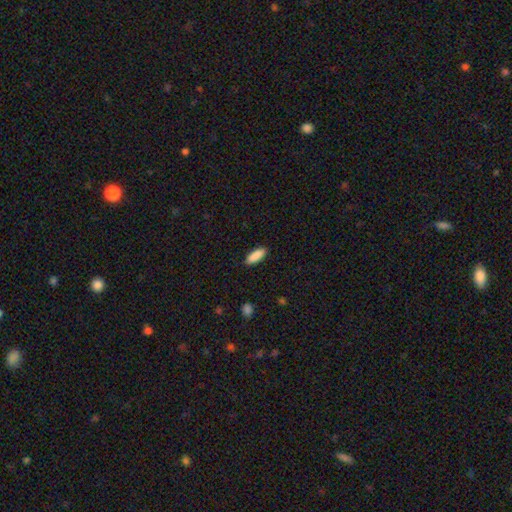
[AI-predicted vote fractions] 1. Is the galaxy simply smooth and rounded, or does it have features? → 89% smooth, 6% star or artifact, 4% featured or disk.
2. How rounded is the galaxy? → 59% in between, 40% cigar-shaped, 2% round.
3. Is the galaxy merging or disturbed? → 89% none, 8% minor disturbance, 2% major disturbance, 1% merger.